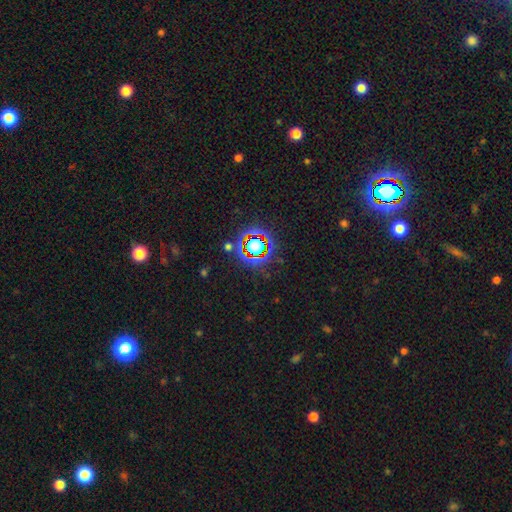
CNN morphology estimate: This is likely a star or artifact rather than a galaxy (70%).